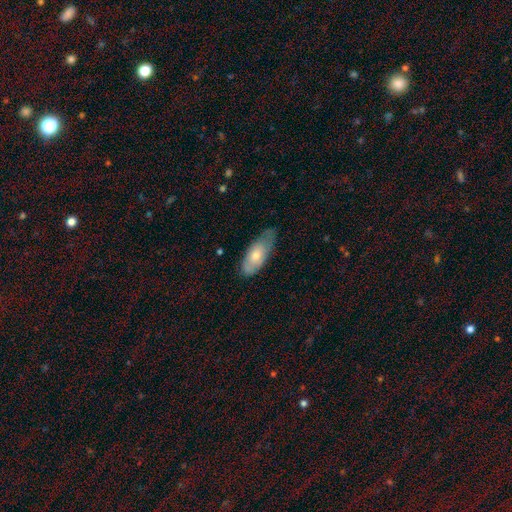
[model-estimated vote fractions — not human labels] smooth 60%, featured or disk 34%, star or artifact 6%. Down the decision tree: how rounded — in between (79%); merging — none (59%).